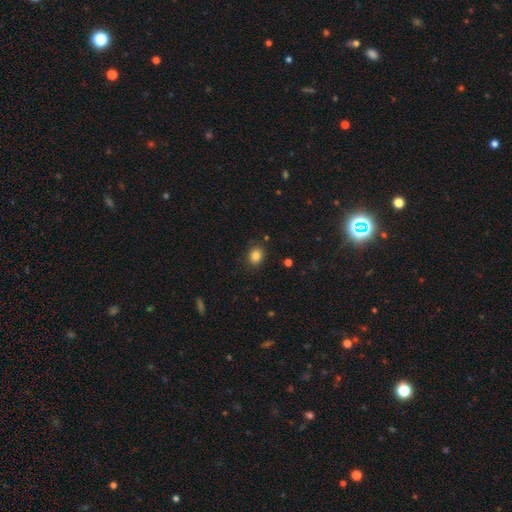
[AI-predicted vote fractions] Morphology: type=smooth (84%); roundness=round (56%); merging=none (86%).